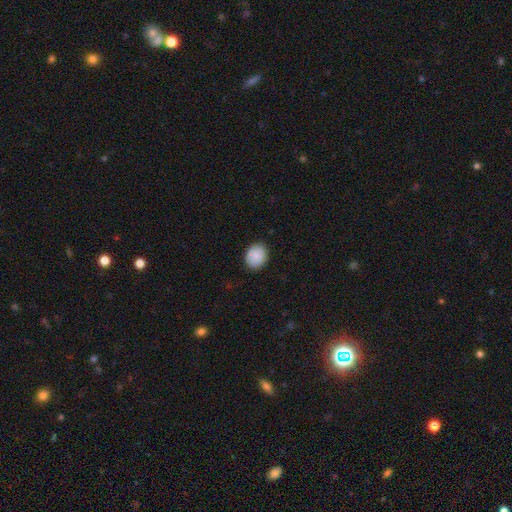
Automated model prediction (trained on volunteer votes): Smooth or featured: smooth — 87% (star or artifact — 7%)
How rounded: round — 68% (in between — 31%)
Merging: none — 88% (minor disturbance — 9%)